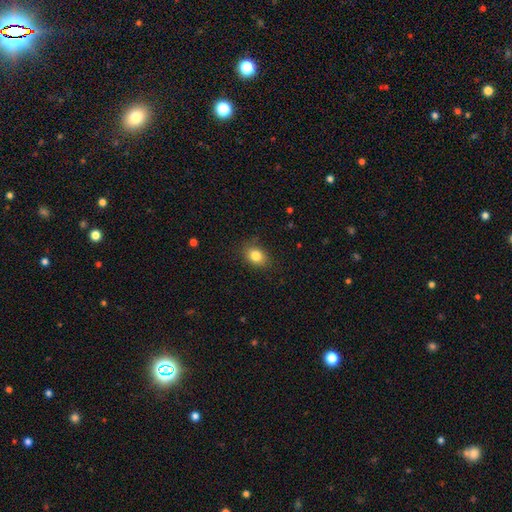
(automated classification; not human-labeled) The model was most divided on "how rounded": in between: 63%, round: 36%, cigar-shaped: 1%. More confident: smooth or featured — smooth (83%); merging — none (81%).